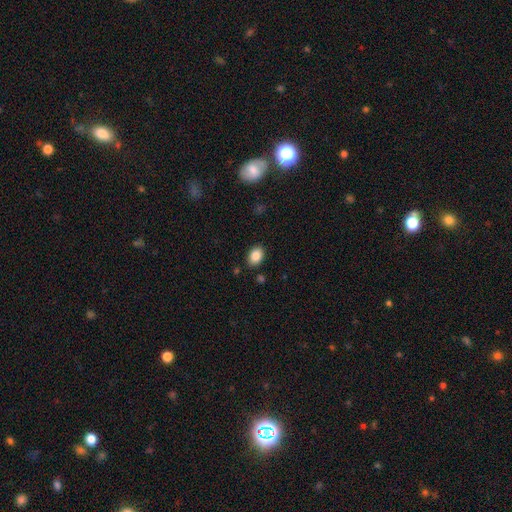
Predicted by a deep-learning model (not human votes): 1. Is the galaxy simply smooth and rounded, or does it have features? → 87% smooth, 8% star or artifact, 5% featured or disk.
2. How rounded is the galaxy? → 78% in between, 21% round, 1% cigar-shaped.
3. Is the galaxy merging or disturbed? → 86% none, 10% minor disturbance, 2% major disturbance, 2% merger.